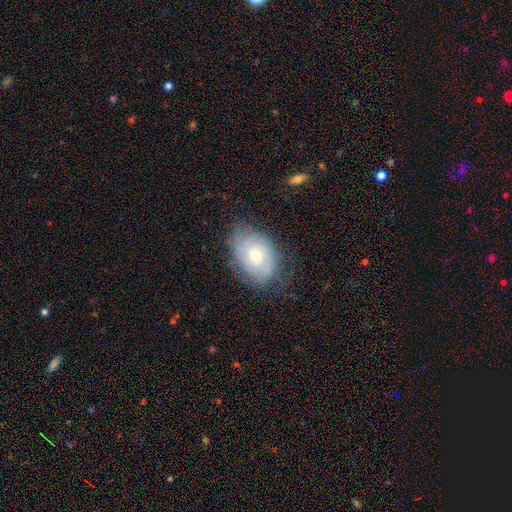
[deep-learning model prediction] This appears to be a featured or disk galaxy (53%) with no bar (77%), spiral arms (77%) and a moderate central bulge (51%). Merging: none (70%).